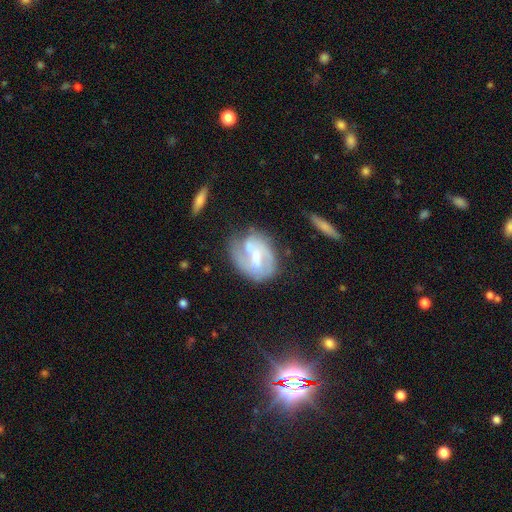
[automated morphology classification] Smooth or featured?
  - featured or disk: 72% *
  - smooth: 22%
  - star or artifact: 7%
Edge-on disk?
  - no: 97% *
  - yes: 3%
Bar?
  - weak: 49% *
  - strong: 28%
  - no: 22%
Spiral arms?
  - yes: 82% *
  - no: 18%
Spiral winding?
  - medium: 42% *
  - tight: 37%
  - loose: 20%
Spiral arm count?
  - 2: 54% *
  - can't tell: 20%
  - 1: 14%
  - 3: 8%
  - 4: 2%
  - more than 4: 2%
Bulge size?
  - moderate: 45% *
  - small: 36%
  - none: 12%
  - large: 7%
  - dominant: 1%
Merging?
  - none: 51% *
  - minor disturbance: 25%
  - major disturbance: 16%
  - merger: 8%